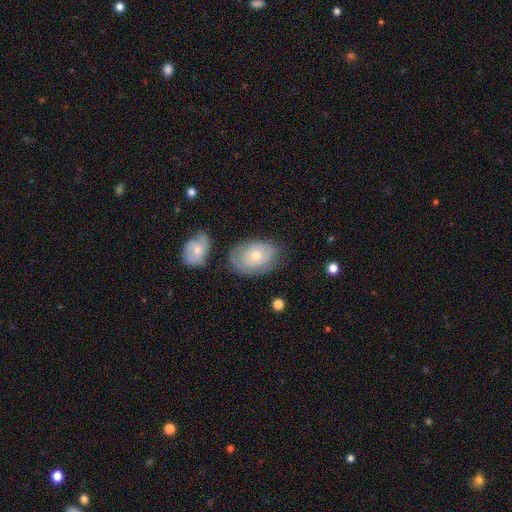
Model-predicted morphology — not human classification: Smooth or featured? smooth (51%)
How rounded? in between (83%)
Merging? none (62%)